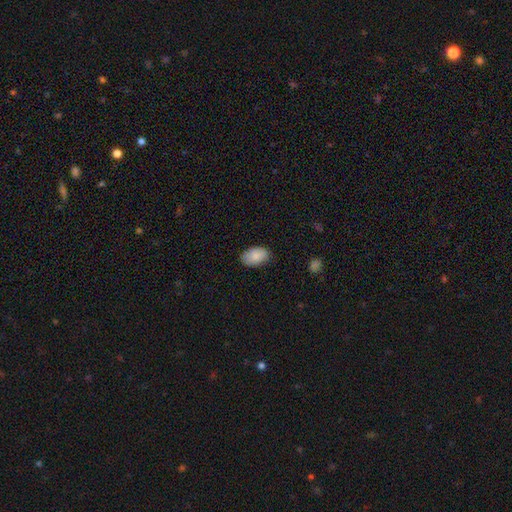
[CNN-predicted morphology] Overall: smooth (88%). How rounded: in between (92%). Merging: none (82%).